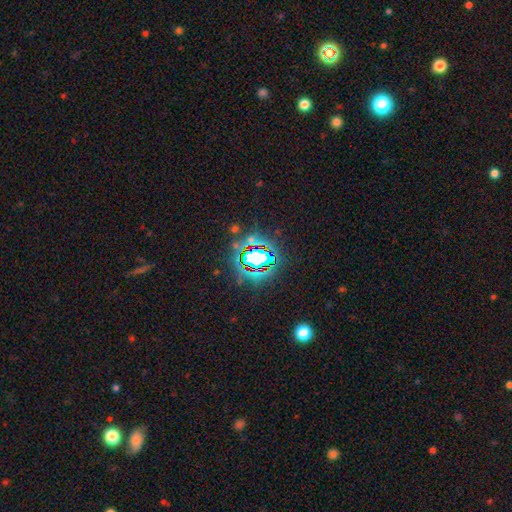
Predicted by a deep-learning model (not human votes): star or artifact 80%, smooth 12%, featured or disk 8%.